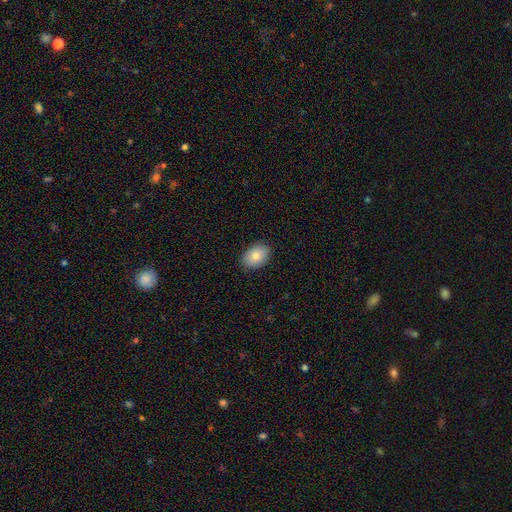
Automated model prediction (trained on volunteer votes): Overall: smooth (80%). How rounded: in between (82%). Merging: none (88%).